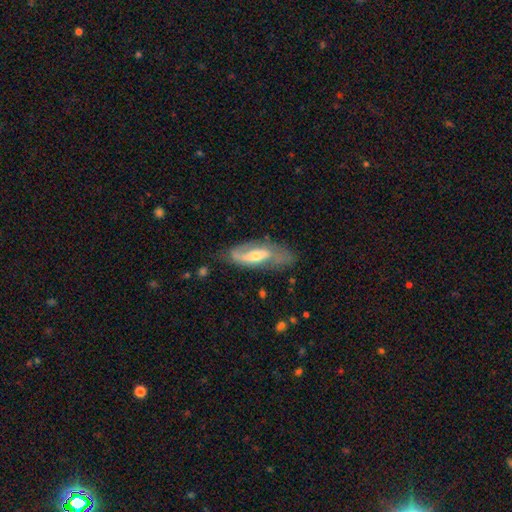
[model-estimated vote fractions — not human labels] This is likely a featured or disk galaxy (70%). It is clearly not viewed edge-on (85%). Bar: marginally weak (39%). Spiral arm pattern: clearly yes (86%). Spiral arm count: likely 2 (70%). Spiral winding: possibly loose (48%). Central bulge: possibly moderate (58%). Merging: possibly none (57%).